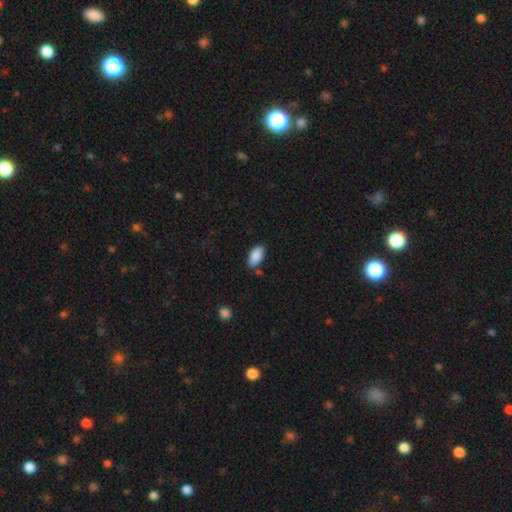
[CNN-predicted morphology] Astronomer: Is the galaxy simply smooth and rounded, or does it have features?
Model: smooth — 89%.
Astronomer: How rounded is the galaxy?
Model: in between — 93%.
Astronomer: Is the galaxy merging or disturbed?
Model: none — 78%.